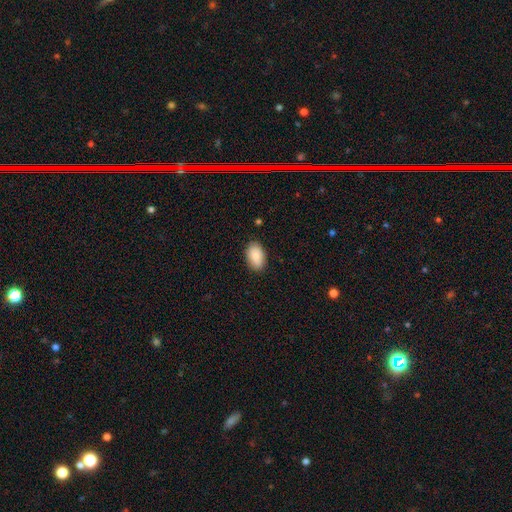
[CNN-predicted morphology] Smooth or featured? Predicted: smooth (p=0.88). How rounded? Predicted: in between (p=0.92). Merging? Predicted: none (p=0.86).